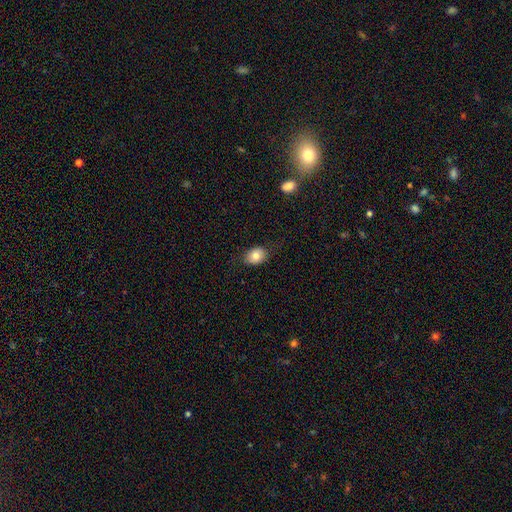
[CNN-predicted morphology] This is clearly a smooth galaxy (80%). How rounded: likely in between (66%). Merging: clearly none (81%).